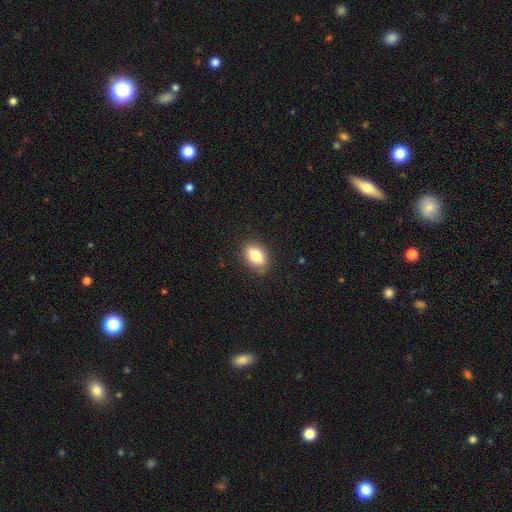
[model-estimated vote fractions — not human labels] Smooth or featured? Predicted: smooth (p=0.82). How rounded? Predicted: in between (p=0.85). Merging? Predicted: none (p=0.84).